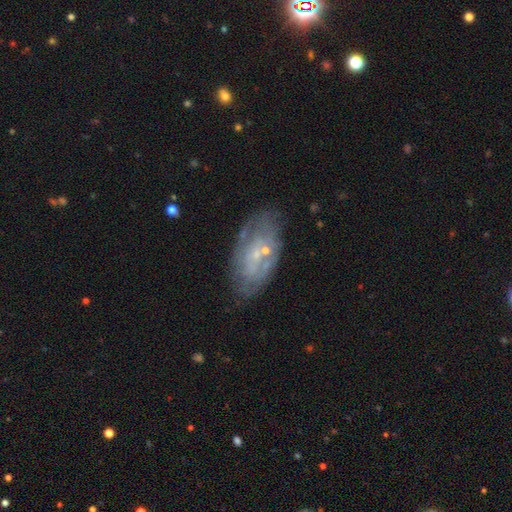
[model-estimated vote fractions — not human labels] smooth-or-featured: featured or disk: 64% | smooth: 27% | star or artifact: 9%
  disk-edge-on: no: 93% | yes: 7%
    bar: no: 72% | weak: 22% | strong: 5%
    has-spiral-arms: no: 51% | yes: 49%
    bulge-size: small: 73% | moderate: 15% | none: 10% | large: 1% | dominant: 1%
  merging: none: 64% | minor disturbance: 21% | major disturbance: 9% | merger: 7%